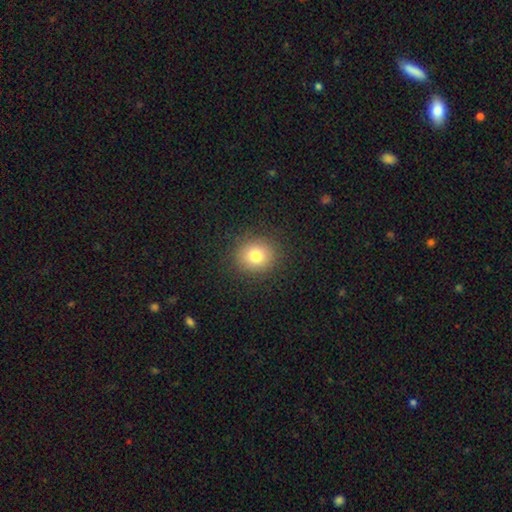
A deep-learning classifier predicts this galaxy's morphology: smooth-or-featured: smooth: 79% | star or artifact: 12% | featured or disk: 9%
  how-rounded: round: 84% | in between: 16% | cigar-shaped: 1%
  merging: none: 90% | minor disturbance: 7% | major disturbance: 3% | merger: 1%